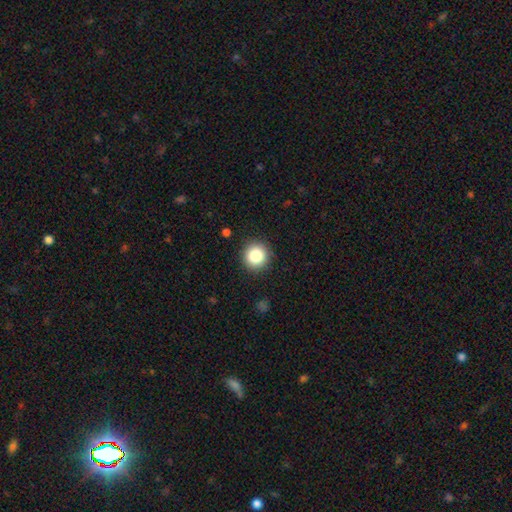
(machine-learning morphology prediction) Smooth or featured?
  - smooth: 85% *
  - star or artifact: 10%
  - featured or disk: 5%
How rounded?
  - round: 95% *
  - in between: 4%
  - cigar-shaped: 1%
Merging?
  - none: 91% *
  - minor disturbance: 6%
  - major disturbance: 2%
  - merger: 1%